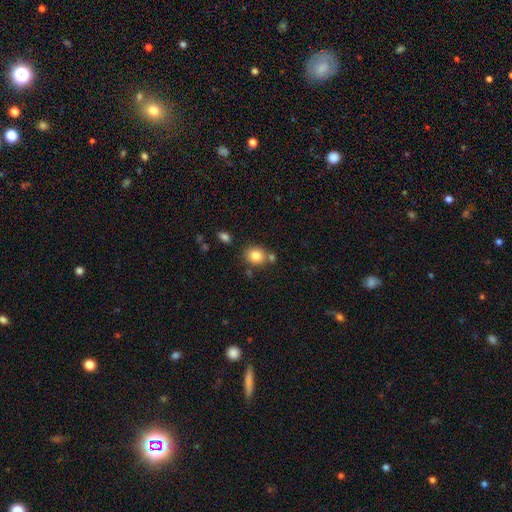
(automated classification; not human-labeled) Smooth or featured? Predicted: smooth (p=0.83). How rounded? Predicted: round (p=0.66). Merging? Predicted: none (p=0.69).